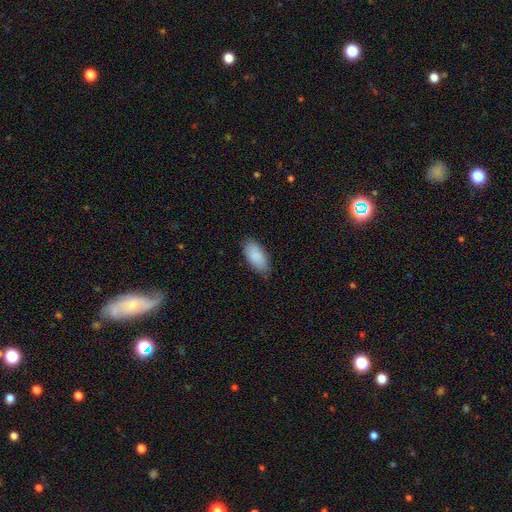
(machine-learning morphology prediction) Q: Smooth or featured?
A: smooth (89%); runner-up: star or artifact (6%)
Q: How rounded?
A: in between (91%); runner-up: cigar-shaped (7%)
Q: Merging?
A: none (83%); runner-up: minor disturbance (14%)